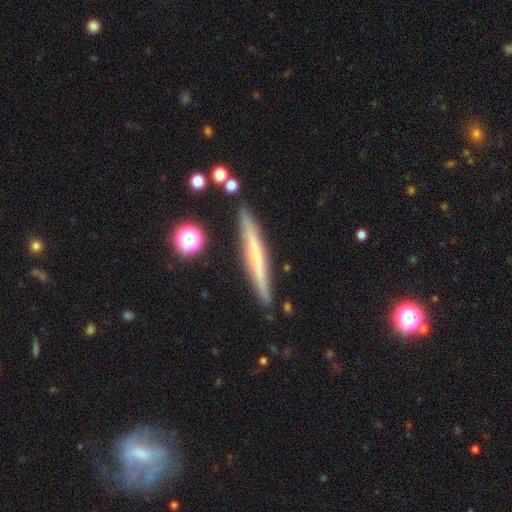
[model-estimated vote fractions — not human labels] Smooth or featured: smooth — 47% (featured or disk — 46%)
Merging: none — 87% (minor disturbance — 9%)